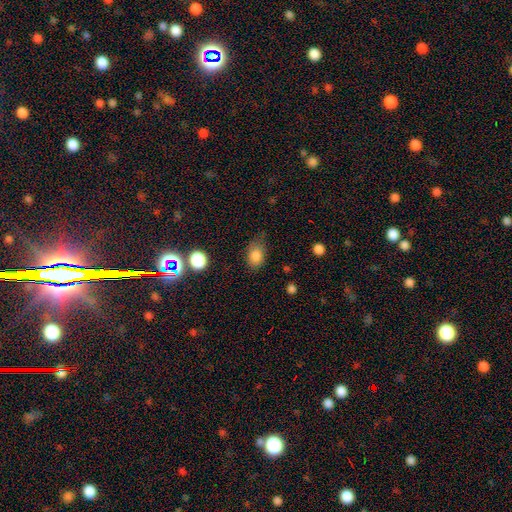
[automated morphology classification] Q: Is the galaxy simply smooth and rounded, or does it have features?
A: smooth — 83%.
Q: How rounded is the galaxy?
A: in between — 81%.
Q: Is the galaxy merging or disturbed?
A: none — 64%.